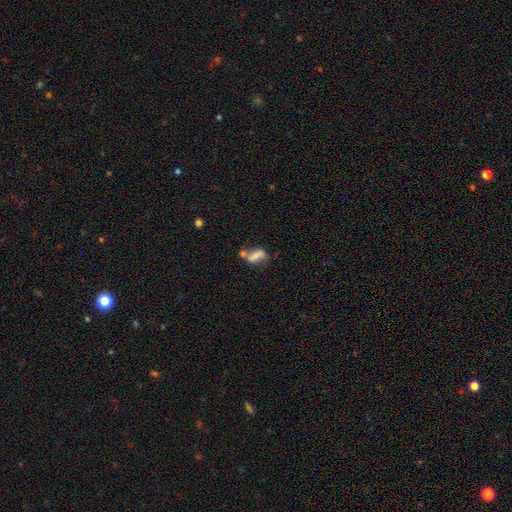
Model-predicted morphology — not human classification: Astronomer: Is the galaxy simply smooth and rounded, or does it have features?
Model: smooth — 55% (runner-up: featured or disk, 34%).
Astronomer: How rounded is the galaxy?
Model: in between — 76%.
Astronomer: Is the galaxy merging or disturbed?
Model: none — 35% (runner-up: merger, 33%).